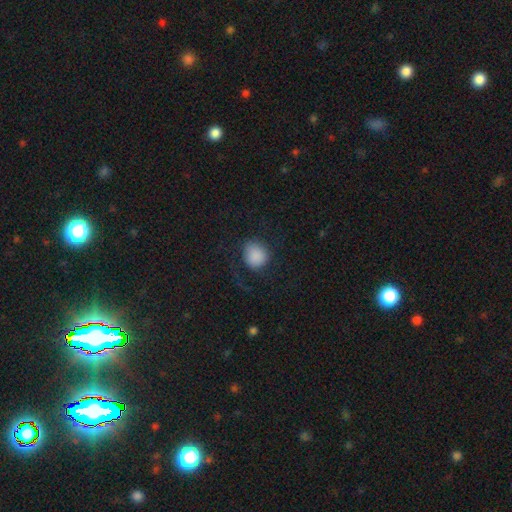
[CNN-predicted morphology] type=smooth (83%); roundness=round (77%); merging=none (60%).